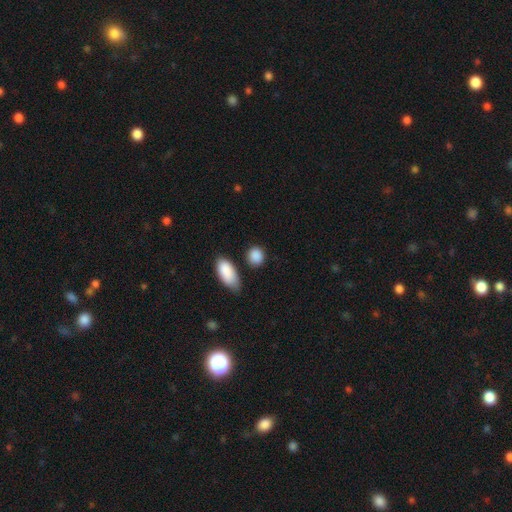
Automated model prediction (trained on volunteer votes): Smooth or featured?
  - smooth: 89% *
  - star or artifact: 7%
  - featured or disk: 4%
How rounded?
  - round: 60% *
  - in between: 36%
  - cigar-shaped: 4%
Merging?
  - none: 76% *
  - minor disturbance: 14%
  - merger: 6%
  - major disturbance: 4%